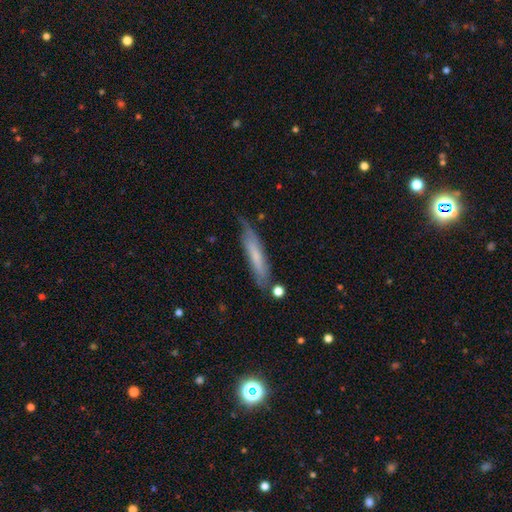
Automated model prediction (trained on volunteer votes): smooth-or-featured: smooth: 56% | featured or disk: 38% | star or artifact: 6%
  how-rounded: cigar-shaped: 86% | in between: 13% | round: 1%
  merging: none: 67% | minor disturbance: 24% | major disturbance: 6% | merger: 4%